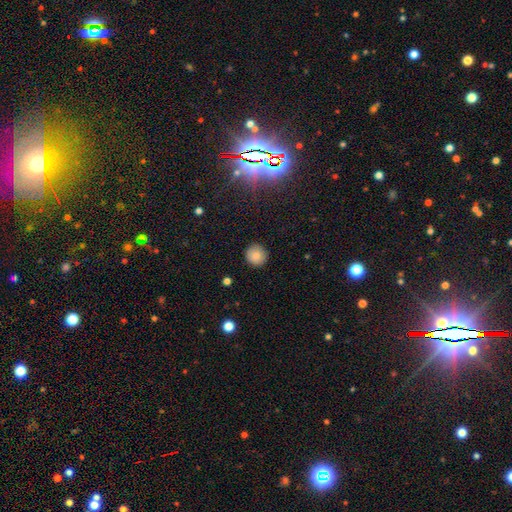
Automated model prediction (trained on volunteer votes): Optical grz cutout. It shows a smooth galaxy with no disk features (81%) that is round (93%). Merging: none (90%).